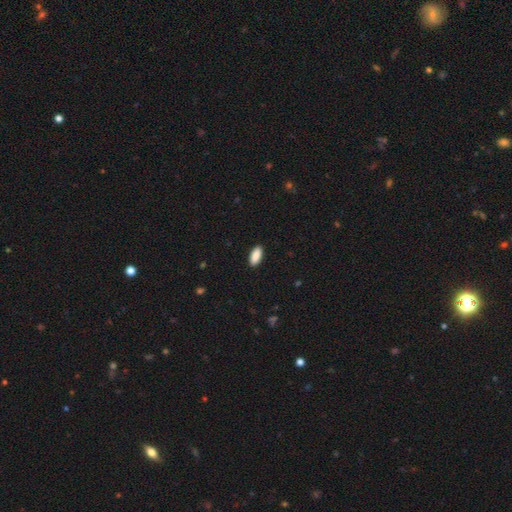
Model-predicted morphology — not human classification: This appears to be a smooth galaxy with no disk features (90%) that is in between round and cigar-shaped (85%). Merging: none (90%).